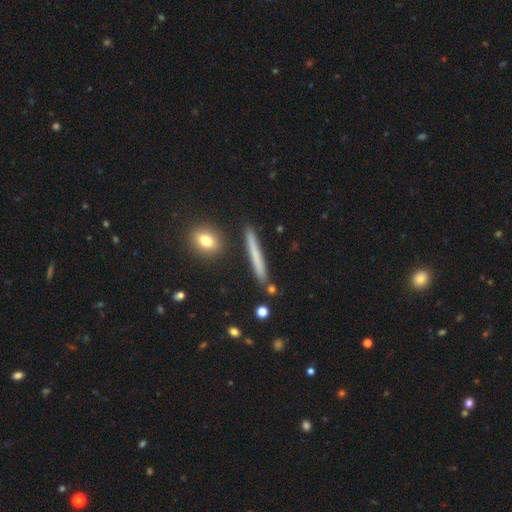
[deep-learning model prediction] Morphology: type=smooth (60%); roundness=cigar-shaped (95%); merging=none (88%).